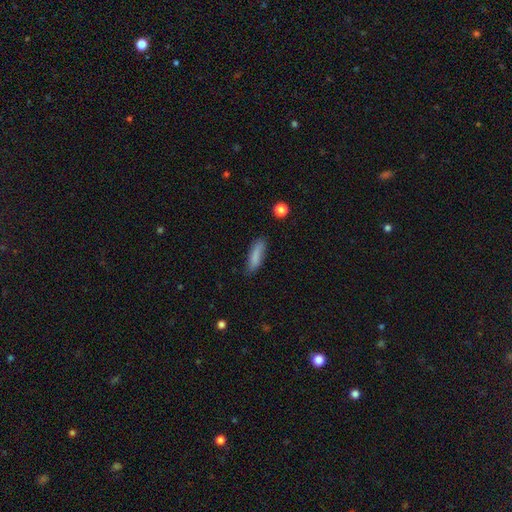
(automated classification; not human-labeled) A smooth galaxy with no disk features (83%) that is cigar-shaped (58%).

Vote fractions:
- Smooth or featured? smooth: 83% / featured or disk: 10% / star or artifact: 7%
- How rounded? cigar-shaped: 58% / in between: 40% / round: 2%
- Merging? none: 78% / minor disturbance: 17% / major disturbance: 3% / merger: 2%